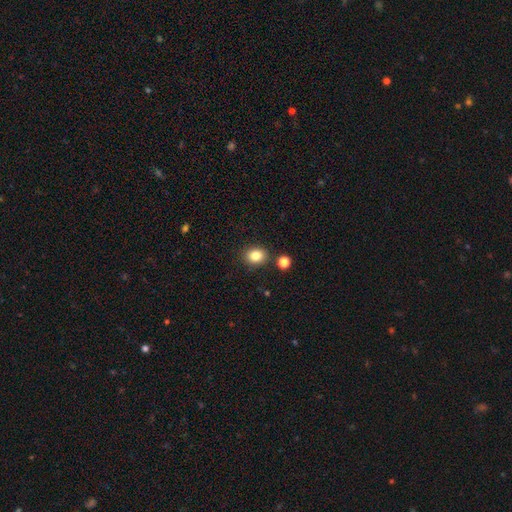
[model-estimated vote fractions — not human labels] This is clearly a smooth galaxy (83%). How rounded: possibly round (58%). Merging: clearly none (85%).